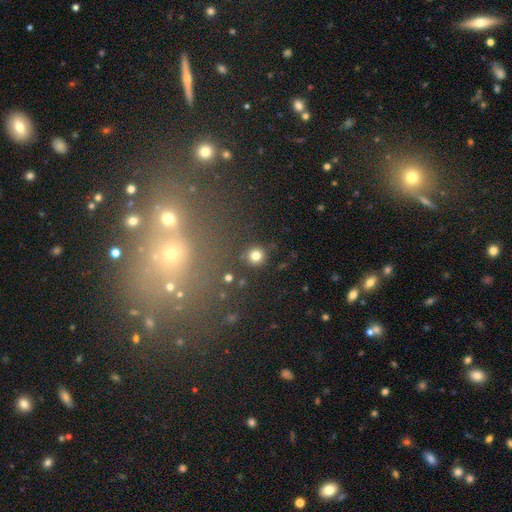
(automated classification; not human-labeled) A smooth galaxy with no disk features (79%) that is round (94%).

Vote fractions:
- Smooth or featured? smooth: 79% / star or artifact: 14% / featured or disk: 6%
- How rounded? round: 94% / in between: 5% / cigar-shaped: 1%
- Merging? none: 88% / minor disturbance: 6% / merger: 3% / major disturbance: 3%